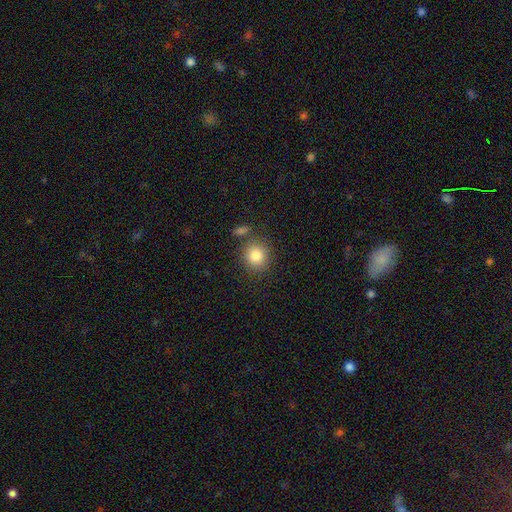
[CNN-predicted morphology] This appears to be a smooth galaxy with no disk features (84%) that is round (86%). Merging: none (78%).